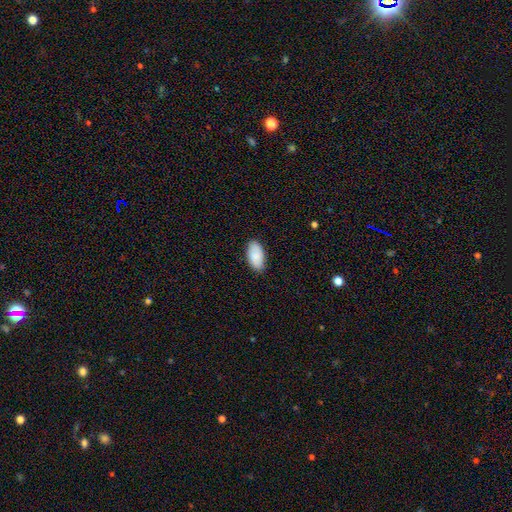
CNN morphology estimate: Smooth or featured: smooth — 88% (featured or disk — 6%)
How rounded: in between — 95% (cigar-shaped — 3%)
Merging: none — 86% (minor disturbance — 11%)